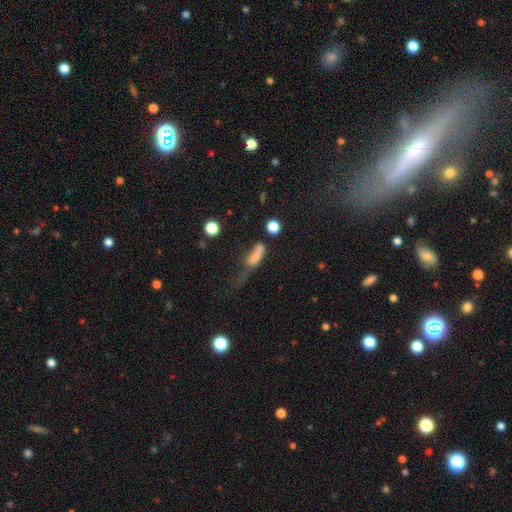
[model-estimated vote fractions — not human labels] Q: Smooth or featured?
A: smooth (70%); runner-up: featured or disk (17%)
Q: How rounded?
A: in between (58%); runner-up: cigar-shaped (35%)
Q: Merging?
A: major disturbance (46%); runner-up: minor disturbance (20%)